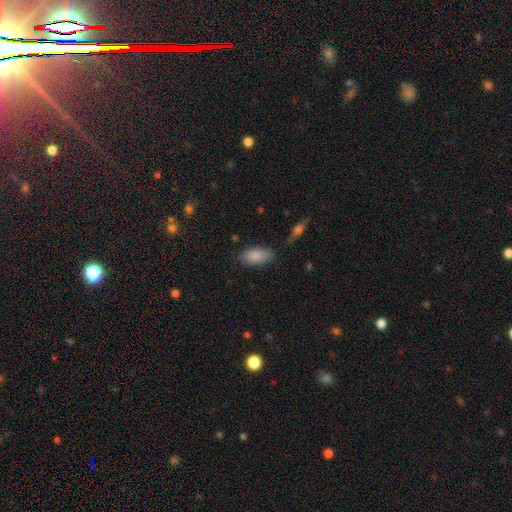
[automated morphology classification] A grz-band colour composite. It shows a smooth galaxy with no disk features (86%) that is in between round and cigar-shaped (90%). Merging: none (78%).